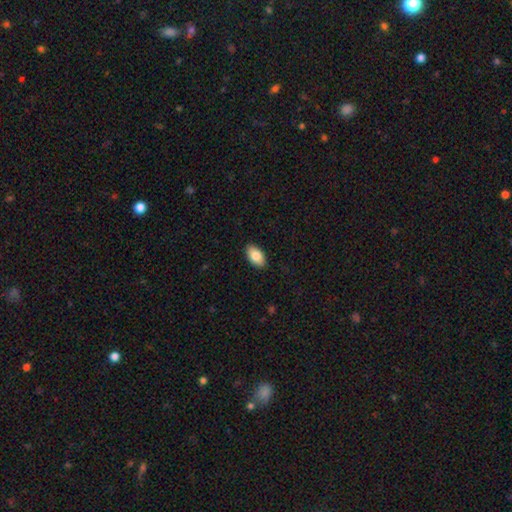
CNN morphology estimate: The model was most divided on "smooth or featured": smooth: 84%, featured or disk: 9%, star or artifact: 7%. More confident: how rounded — in between (94%); merging — none (89%).